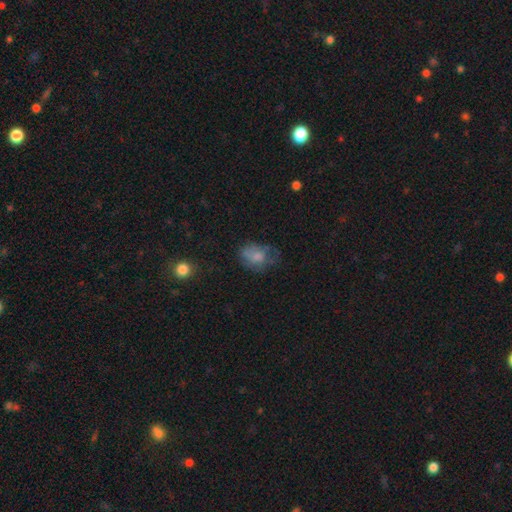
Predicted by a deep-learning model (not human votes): Smooth or featured? Predicted: smooth (p=0.67). How rounded? Predicted: in between (p=0.69). Merging? Predicted: none (p=0.44).